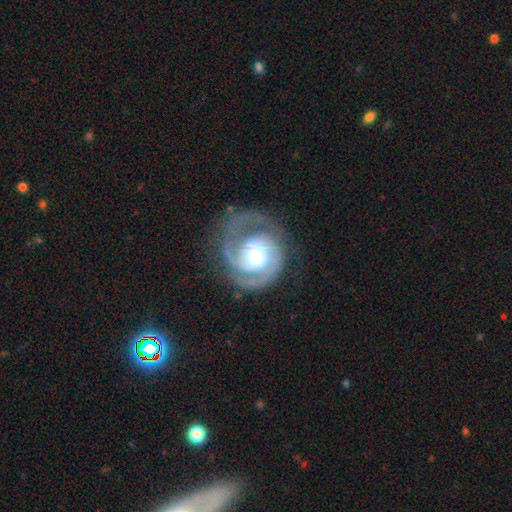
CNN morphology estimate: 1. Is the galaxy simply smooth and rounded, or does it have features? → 87% featured or disk, 9% smooth, 5% star or artifact.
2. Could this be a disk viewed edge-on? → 98% no, 2% yes.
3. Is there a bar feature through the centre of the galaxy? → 46% no, 39% weak, 14% strong.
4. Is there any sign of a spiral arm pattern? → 96% yes, 4% no.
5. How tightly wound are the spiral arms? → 54% tight, 37% medium, 9% loose.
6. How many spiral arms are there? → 59% 2, 15% 1, 10% 3, 10% can't tell, 3% 4, 3% more than 4.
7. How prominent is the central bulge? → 43% moderate, 32% small, 19% large, 3% none, 3% dominant.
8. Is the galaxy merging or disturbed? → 63% none, 18% major disturbance, 17% minor disturbance, 2% merger.